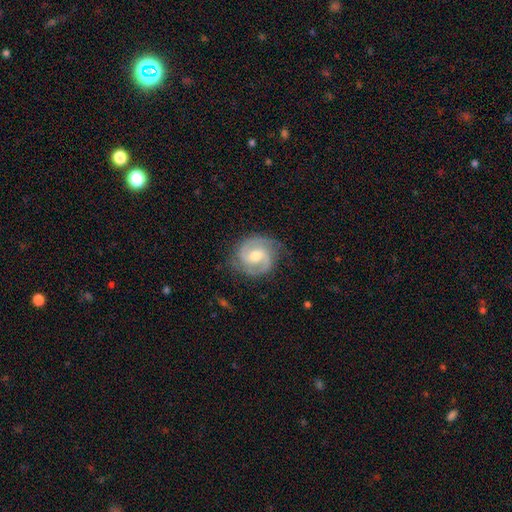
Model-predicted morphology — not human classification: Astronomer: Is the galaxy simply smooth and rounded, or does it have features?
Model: featured or disk — 90%.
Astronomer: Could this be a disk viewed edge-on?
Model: no — 98%.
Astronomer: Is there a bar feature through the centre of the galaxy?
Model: weak — 49% (runner-up: no, 38%).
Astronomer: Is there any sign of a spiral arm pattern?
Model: yes — 98%.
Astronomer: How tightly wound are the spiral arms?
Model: medium — 53% (runner-up: tight, 36%).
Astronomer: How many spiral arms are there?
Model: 2 — 90%.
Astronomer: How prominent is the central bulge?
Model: moderate — 69%.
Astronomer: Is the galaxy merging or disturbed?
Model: none — 80%.